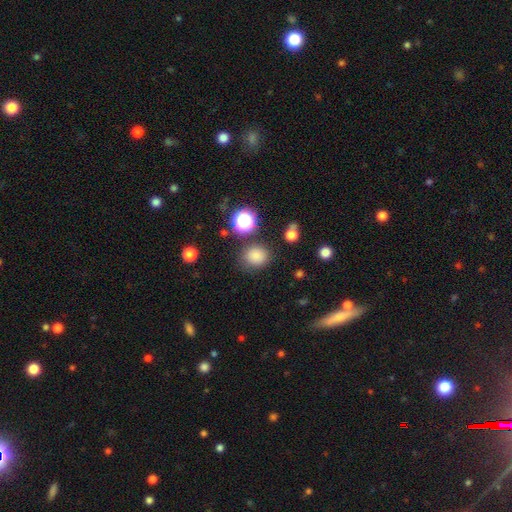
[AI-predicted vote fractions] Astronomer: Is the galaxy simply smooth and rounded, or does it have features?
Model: smooth — 80%.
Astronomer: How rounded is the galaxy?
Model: round — 76%.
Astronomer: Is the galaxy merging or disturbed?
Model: none — 79%.